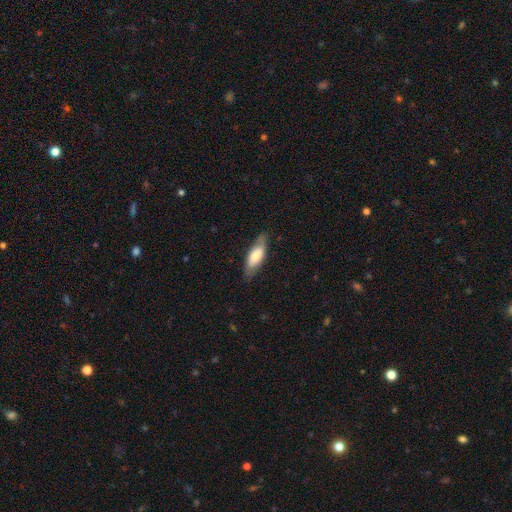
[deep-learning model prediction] smooth_or_featured: smooth (p=0.67) [alt: featured or disk p=0.27]
how_rounded: in between (p=0.63) [alt: cigar-shaped p=0.35]
merging: none (p=0.77) [alt: minor disturbance p=0.18]